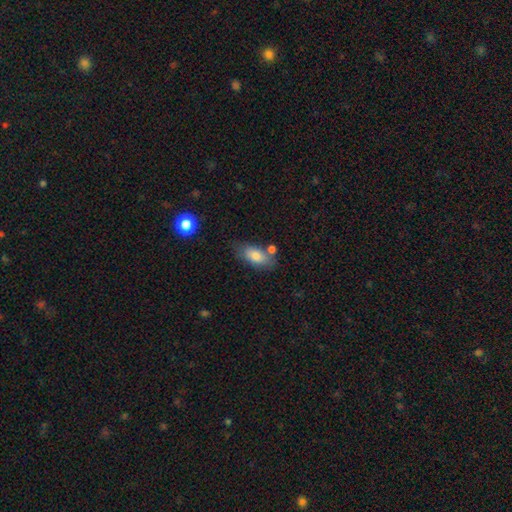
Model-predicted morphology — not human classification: smooth-or-featured: smooth: 79% | featured or disk: 13% | star or artifact: 7%
  how-rounded: in between: 88% | cigar-shaped: 8% | round: 4%
  merging: none: 64% | minor disturbance: 18% | merger: 13% | major disturbance: 5%